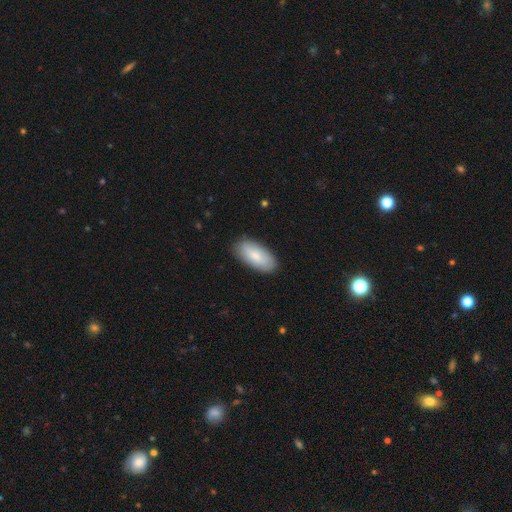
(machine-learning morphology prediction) Smooth or featured? Predicted: smooth (p=0.80). How rounded? Predicted: in between (p=0.92). Merging? Predicted: none (p=0.87).